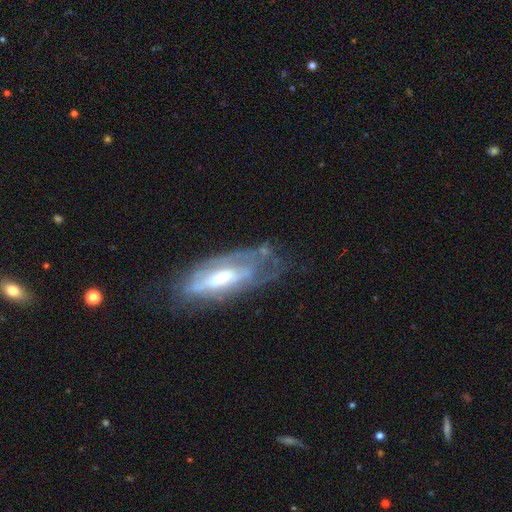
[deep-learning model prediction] The model was most divided on "bar": no: 44%, weak: 35%, strong: 21%. More confident: edge-on disk — no (72%); smooth or featured — featured or disk (70%); spiral arms — yes (61%); merging — none (60%); bulge size — moderate (58%).